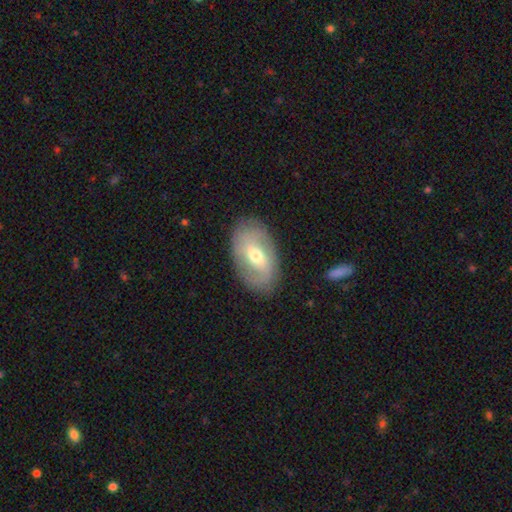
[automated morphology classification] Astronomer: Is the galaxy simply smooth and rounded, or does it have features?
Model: featured or disk — 61%.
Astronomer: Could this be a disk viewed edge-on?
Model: no — 92%.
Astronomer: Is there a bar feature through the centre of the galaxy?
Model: weak — 46% (runner-up: no, 32%).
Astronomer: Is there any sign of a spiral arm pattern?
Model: yes — 66%.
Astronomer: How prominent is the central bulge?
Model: moderate — 62%.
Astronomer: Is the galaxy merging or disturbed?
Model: none — 82%.